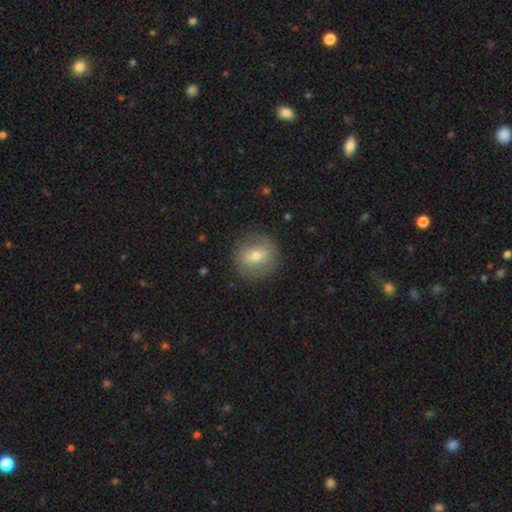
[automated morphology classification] Smooth or featured? smooth (58%)
How rounded? round (87%)
Merging? none (84%)